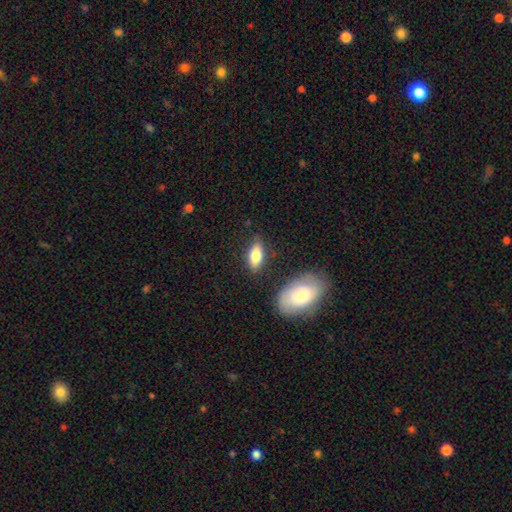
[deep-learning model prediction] smooth-or-featured: smooth: 78% | featured or disk: 15% | star or artifact: 7%
  how-rounded: in between: 81% | cigar-shaped: 16% | round: 3%
  merging: none: 78% | minor disturbance: 15% | merger: 4% | major disturbance: 4%